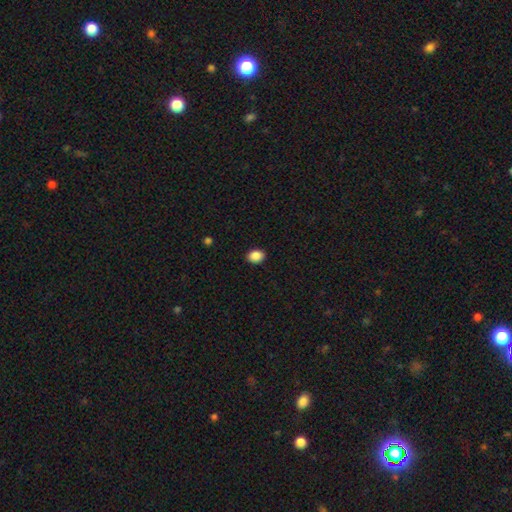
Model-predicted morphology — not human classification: This appears to be a smooth galaxy with no disk features (88%) that is in between round and cigar-shaped (56%). Merging: none (91%).